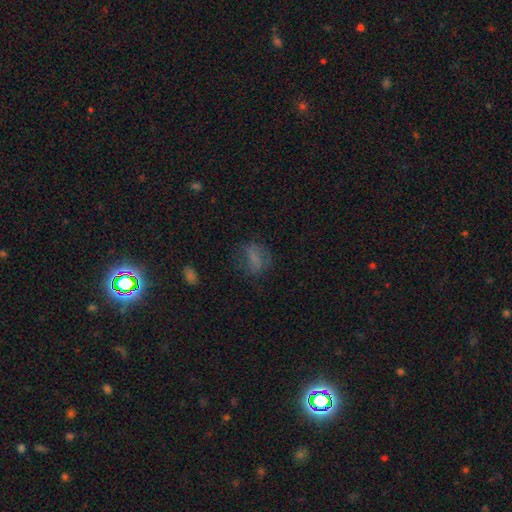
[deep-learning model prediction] A smooth galaxy with no disk features (50%) that is in between round and cigar-shaped (58%).

Vote fractions:
- Smooth or featured? smooth: 50% / star or artifact: 30% / featured or disk: 20%
- How rounded? in between: 58% / round: 32% / cigar-shaped: 10%
- Merging? none: 70% / minor disturbance: 18% / major disturbance: 11% / merger: 2%